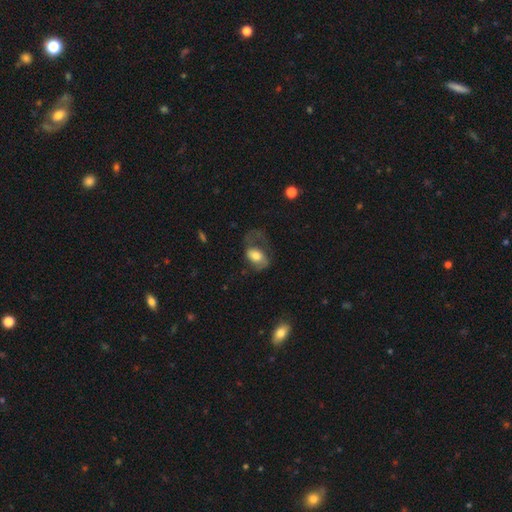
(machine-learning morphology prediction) smooth-or-featured: smooth: 55% | featured or disk: 38% | star or artifact: 8%
  how-rounded: in between: 83% | round: 16% | cigar-shaped: 2%
  merging: major disturbance: 47% | none: 30% | minor disturbance: 20% | merger: 3%